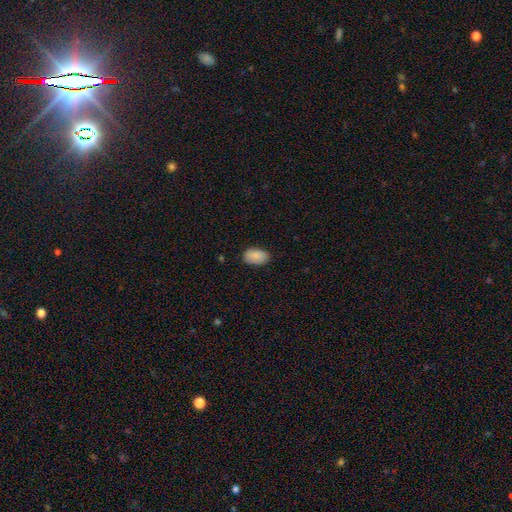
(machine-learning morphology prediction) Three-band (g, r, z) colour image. It shows a smooth galaxy with no disk features (87%) that is in between round and cigar-shaped (92%). Merging: none (82%).